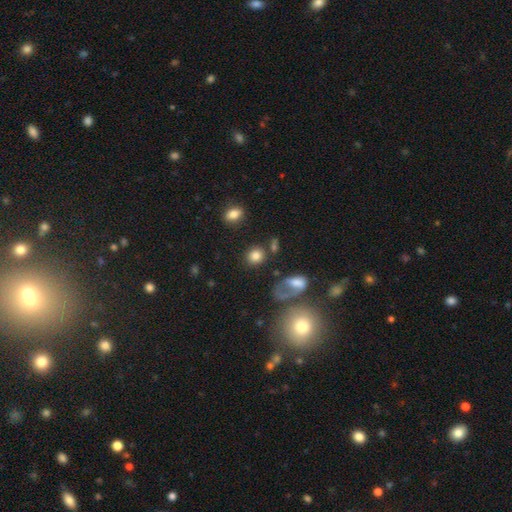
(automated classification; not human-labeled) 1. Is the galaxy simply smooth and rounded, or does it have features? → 83% smooth, 10% star or artifact, 7% featured or disk.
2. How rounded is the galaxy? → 79% round, 20% in between, 1% cigar-shaped.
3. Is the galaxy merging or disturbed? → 76% none, 11% minor disturbance, 8% merger, 5% major disturbance.